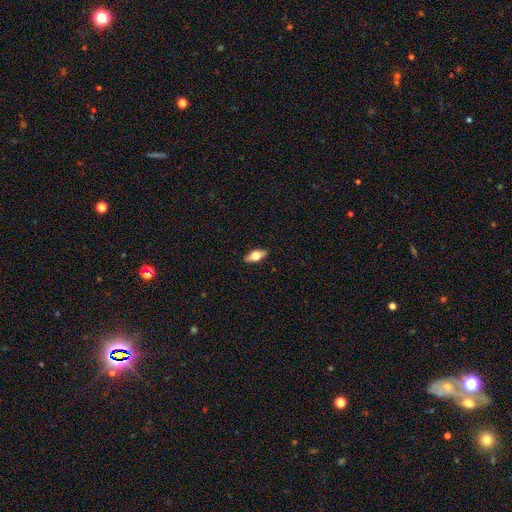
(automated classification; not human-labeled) A smooth galaxy with no disk features (53%) that is in between round and cigar-shaped (78%). Merging: none (89%).